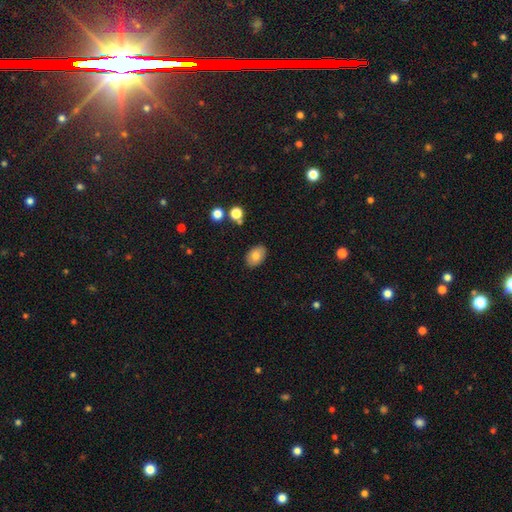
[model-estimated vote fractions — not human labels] This is likely a smooth galaxy (78%). How rounded: clearly in between (85%). Merging: clearly none (87%).